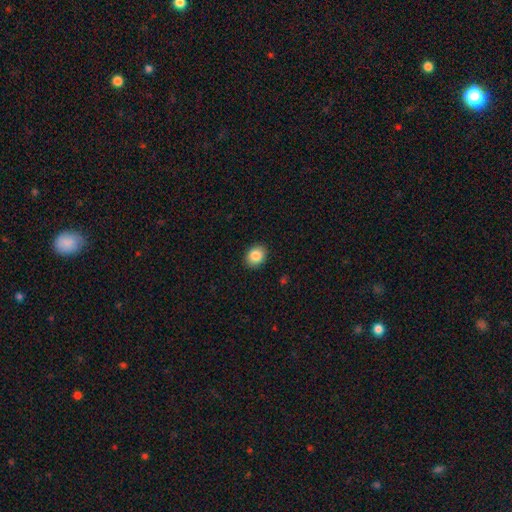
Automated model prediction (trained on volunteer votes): A smooth galaxy with no disk features (86%) that is round (54%).

Vote fractions:
- Smooth or featured? smooth: 86% / star or artifact: 9% / featured or disk: 6%
- How rounded? round: 54% / in between: 45% / cigar-shaped: 1%
- Merging? none: 90% / minor disturbance: 7% / major disturbance: 2% / merger: 1%